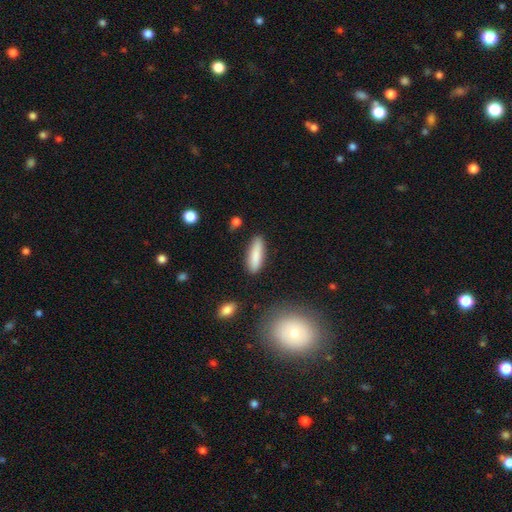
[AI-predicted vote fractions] smooth_or_featured: smooth (p=0.85) [alt: featured or disk p=0.09]
how_rounded: cigar-shaped (p=0.54) [alt: in between p=0.44]
merging: none (p=0.84) [alt: minor disturbance p=0.11]